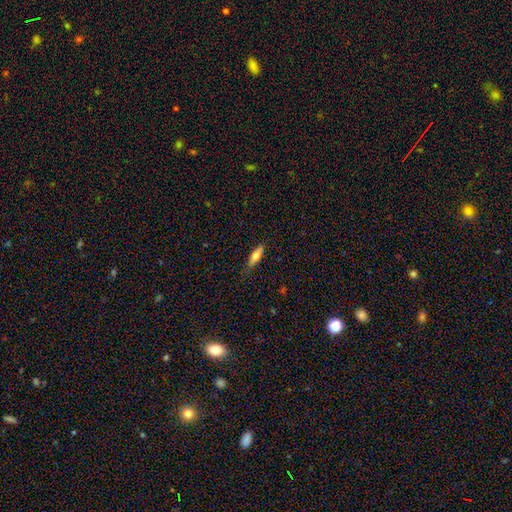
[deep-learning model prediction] This is likely a smooth galaxy (66%). How rounded: possibly cigar-shaped (58%). Merging: likely none (78%).